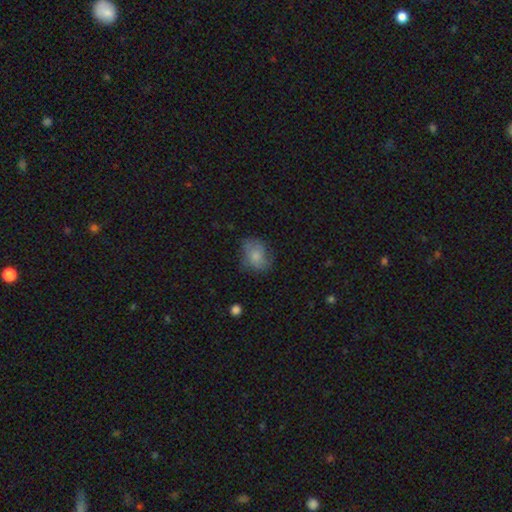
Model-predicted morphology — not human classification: Smooth or featured?
  - smooth: 71% *
  - featured or disk: 20%
  - star or artifact: 9%
How rounded?
  - in between: 54% *
  - round: 45%
  - cigar-shaped: 1%
Merging?
  - none: 58% *
  - minor disturbance: 28%
  - major disturbance: 12%
  - merger: 2%